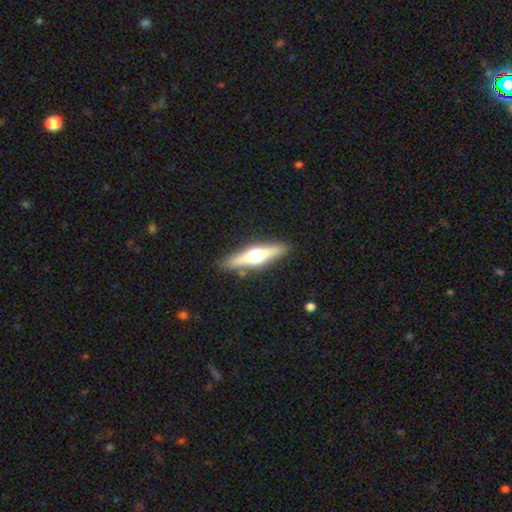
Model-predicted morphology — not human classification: Smooth or featured?
  - featured or disk: 60% *
  - smooth: 34%
  - star or artifact: 6%
Edge-on disk?
  - yes: 94% *
  - no: 6%
Edge-on bulge?
  - rounded: 94% *
  - boxy: 4%
  - none: 2%
Merging?
  - none: 88% *
  - minor disturbance: 8%
  - merger: 2%
  - major disturbance: 2%